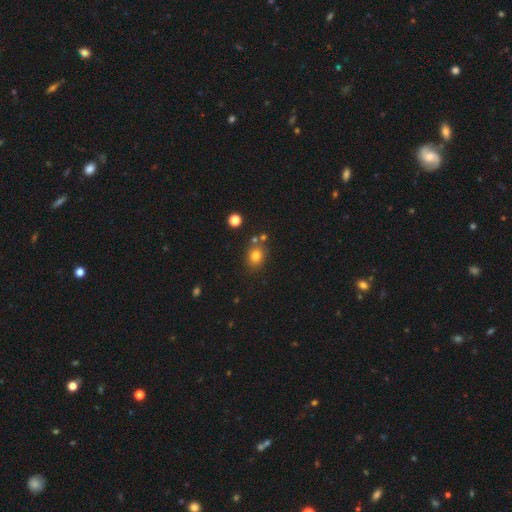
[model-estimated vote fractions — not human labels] Smooth or featured? Predicted: smooth (p=0.78). How rounded? Predicted: round (p=0.65). Merging? Predicted: none (p=0.74).